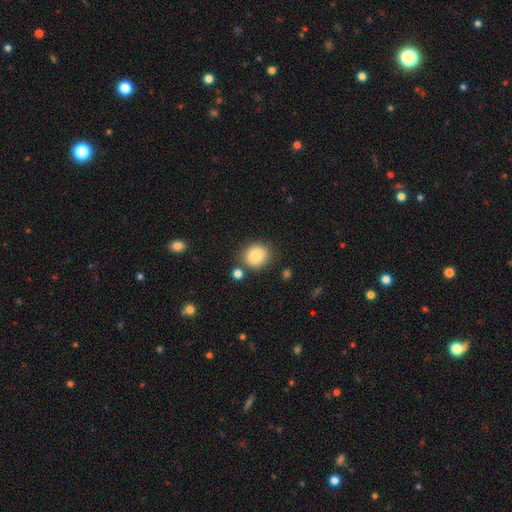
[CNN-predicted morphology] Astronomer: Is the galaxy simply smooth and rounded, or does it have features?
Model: smooth — 84%.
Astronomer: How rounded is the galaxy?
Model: round — 78%.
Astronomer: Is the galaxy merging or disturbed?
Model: none — 77%.